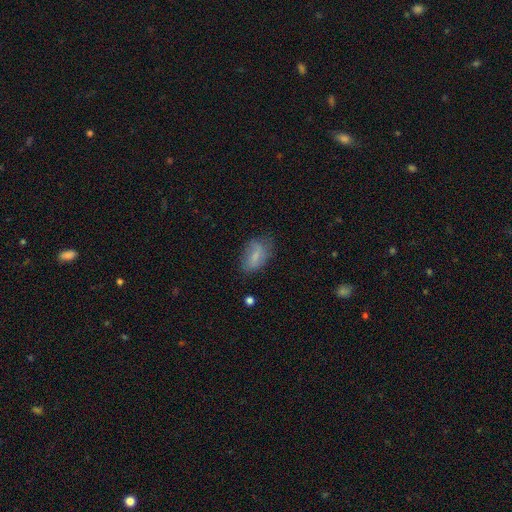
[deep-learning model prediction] smooth_or_featured: smooth (p=0.71) [alt: featured or disk p=0.21]
how_rounded: in between (p=0.90) [alt: round p=0.07]
merging: none (p=0.58) [alt: minor disturbance p=0.29]